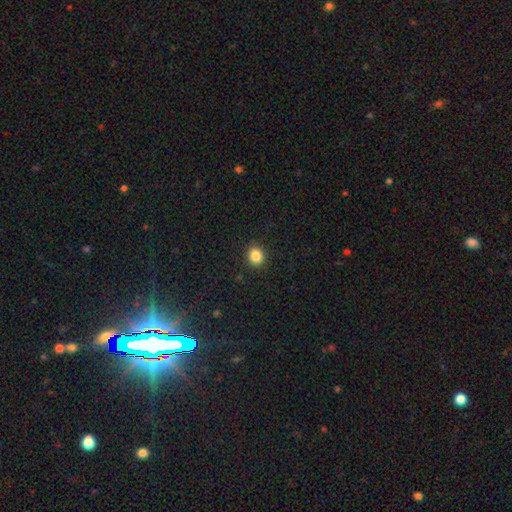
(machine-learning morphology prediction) type=smooth (86%); roundness=round (70%); merging=none (90%).